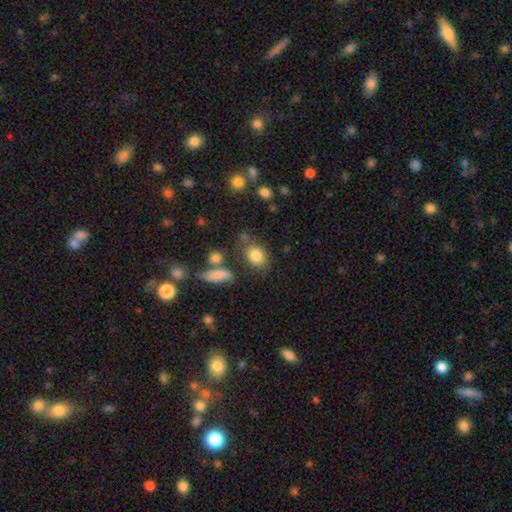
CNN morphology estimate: smooth_or_featured: smooth (p=0.82) [alt: star or artifact p=0.09]
how_rounded: in between (p=0.59) [alt: round p=0.39]
merging: none (p=0.66) [alt: minor disturbance p=0.16]